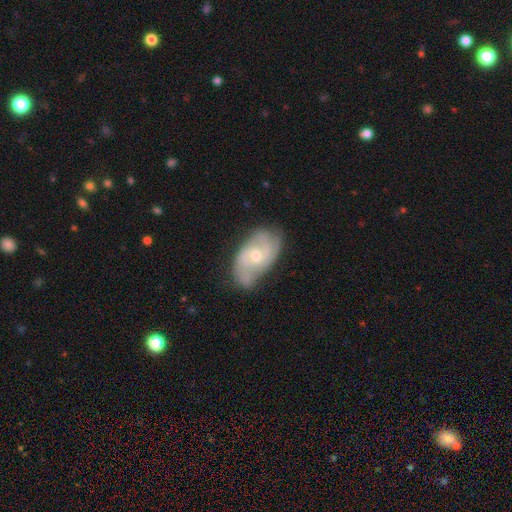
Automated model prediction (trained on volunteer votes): Q: Smooth or featured?
A: featured or disk (76%); runner-up: smooth (18%)
Q: Edge-on disk?
A: no (96%); runner-up: yes (4%)
Q: Bar?
A: no (63%); runner-up: weak (32%)
Q: Spiral arms?
A: yes (91%); runner-up: no (9%)
Q: Spiral winding?
A: medium (44%); runner-up: tight (38%)
Q: Spiral arm count?
A: 2 (53%); runner-up: can't tell (23%)
Q: Bulge size?
A: small (57%); runner-up: moderate (40%)
Q: Merging?
A: none (65%); runner-up: minor disturbance (26%)